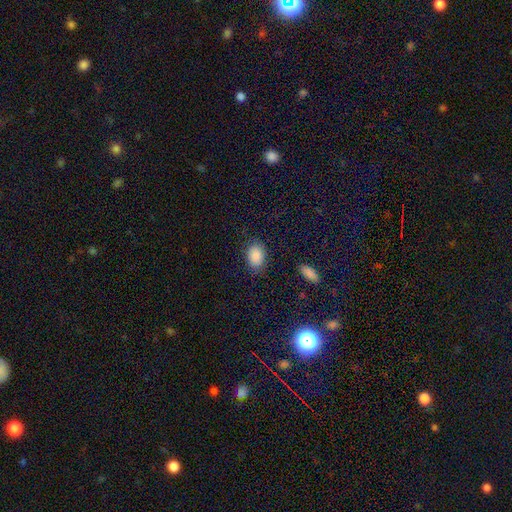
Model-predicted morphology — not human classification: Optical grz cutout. It shows a smooth galaxy with no disk features (88%) that is in between round and cigar-shaped (83%). Merging: none (83%).